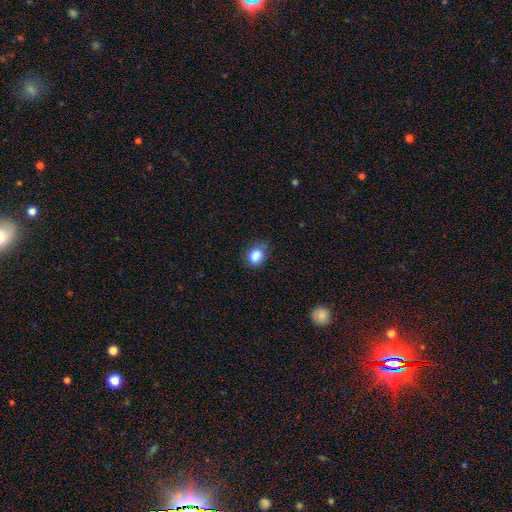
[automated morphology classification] A smooth galaxy with no disk features (86%) that is in between round and cigar-shaped (52%).

Vote fractions:
- Smooth or featured? smooth: 86% / star or artifact: 9% / featured or disk: 4%
- How rounded? in between: 52% / round: 47% / cigar-shaped: 1%
- Merging? none: 72% / minor disturbance: 22% / major disturbance: 5% / merger: 2%